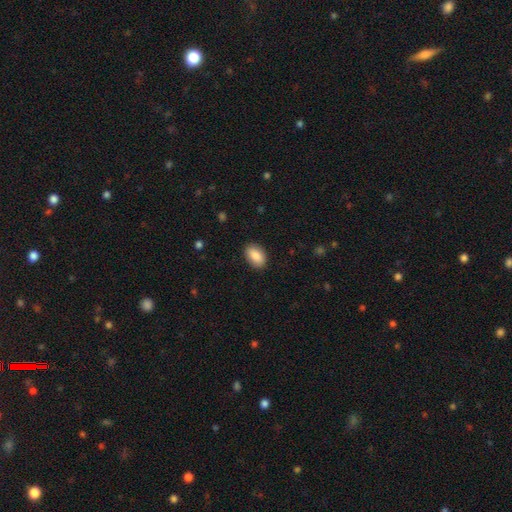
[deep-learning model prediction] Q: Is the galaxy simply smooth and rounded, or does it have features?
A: smooth — 88%.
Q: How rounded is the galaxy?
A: in between — 90%.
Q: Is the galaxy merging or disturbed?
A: none — 89%.